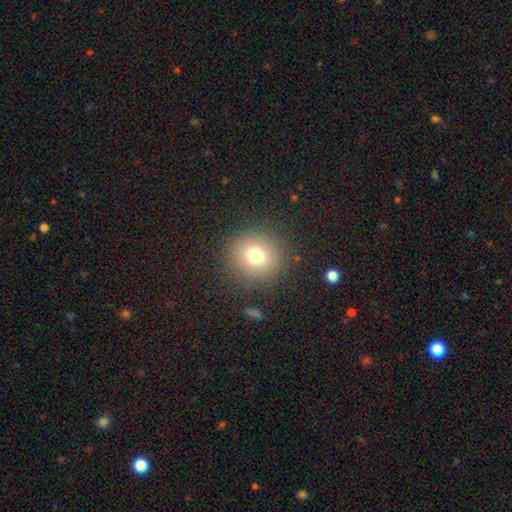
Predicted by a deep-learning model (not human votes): The model was most divided on "smooth or featured": smooth: 74%, star or artifact: 15%, featured or disk: 11%. More confident: how rounded — round (93%); merging — none (88%).